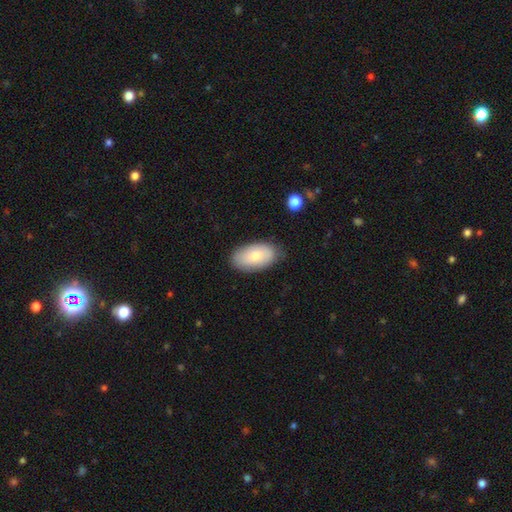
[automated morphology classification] smooth-or-featured: smooth: 75% | featured or disk: 19% | star or artifact: 6%
  how-rounded: in between: 95% | round: 3% | cigar-shaped: 2%
  merging: none: 79% | minor disturbance: 16% | major disturbance: 3% | merger: 1%